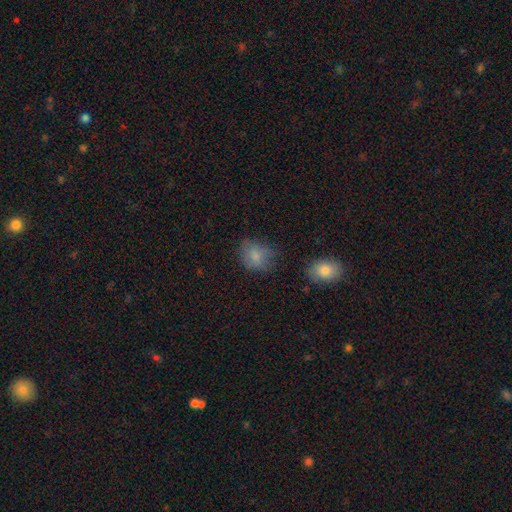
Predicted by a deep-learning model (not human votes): The model was most divided on "how rounded": round: 54%, in between: 45%, cigar-shaped: 1%. More confident: smooth or featured — smooth (78%); merging — none (62%).